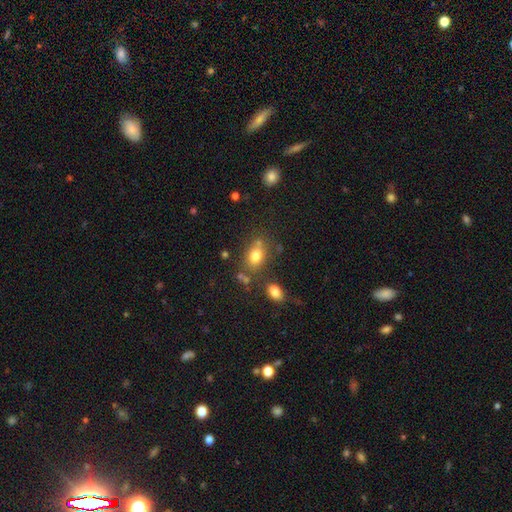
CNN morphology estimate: A smooth galaxy with no disk features (78%) that is in between round and cigar-shaped (72%).

Vote fractions:
- Smooth or featured? smooth: 78% / star or artifact: 12% / featured or disk: 11%
- How rounded? in between: 72% / round: 26% / cigar-shaped: 2%
- Merging? none: 64% / minor disturbance: 15% / merger: 15% / major disturbance: 6%